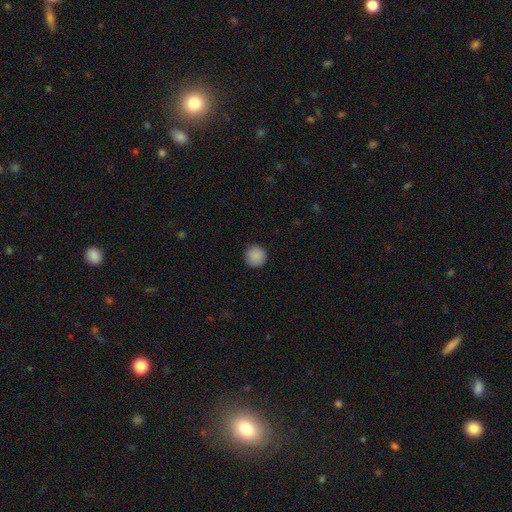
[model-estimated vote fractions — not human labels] Smooth or featured?
  - smooth: 89% *
  - star or artifact: 9%
  - featured or disk: 3%
How rounded?
  - round: 95% *
  - in between: 4%
  - cigar-shaped: 1%
Merging?
  - none: 90% *
  - minor disturbance: 7%
  - major disturbance: 2%
  - merger: 1%